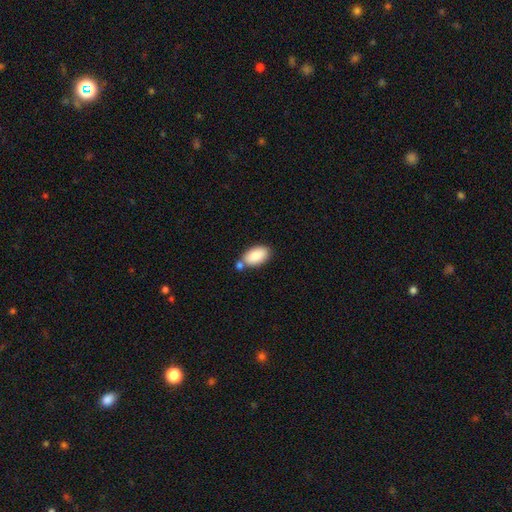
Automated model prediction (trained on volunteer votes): This is clearly a smooth galaxy (86%). How rounded: clearly in between (95%). Merging: likely none (64%).